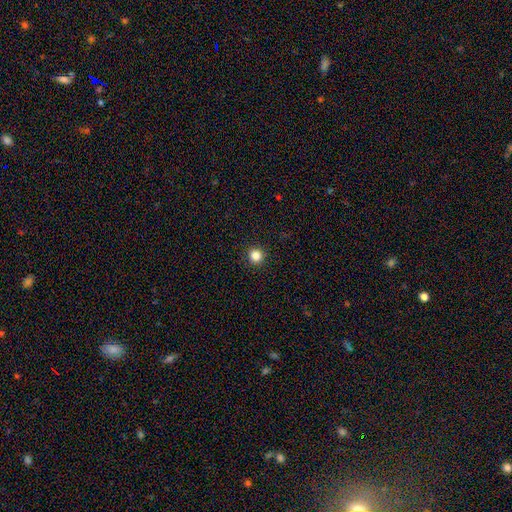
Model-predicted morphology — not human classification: Smooth or featured? Predicted: smooth (p=0.84). How rounded? Predicted: round (p=0.95). Merging? Predicted: none (p=0.93).